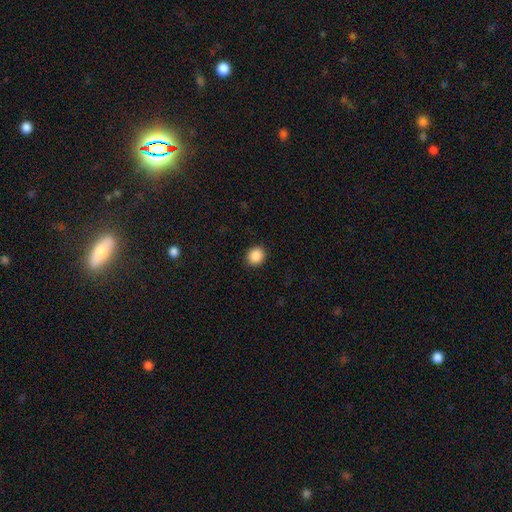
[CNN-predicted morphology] smooth 88%, star or artifact 9%, featured or disk 3%. Down the decision tree: how rounded — round (78%); merging — none (92%).